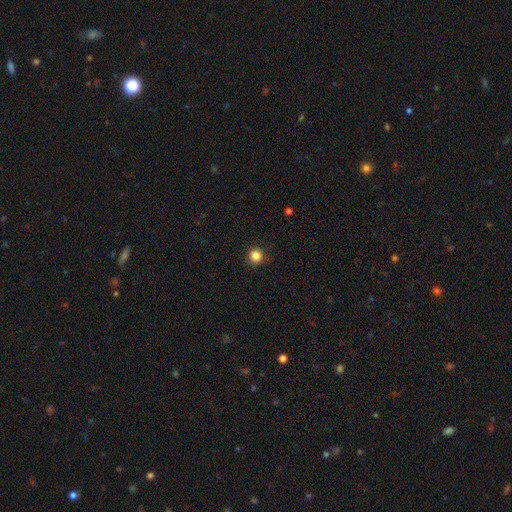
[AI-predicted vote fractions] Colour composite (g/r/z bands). It shows a smooth galaxy with no disk features (84%) that is round (95%). Merging: none (91%).